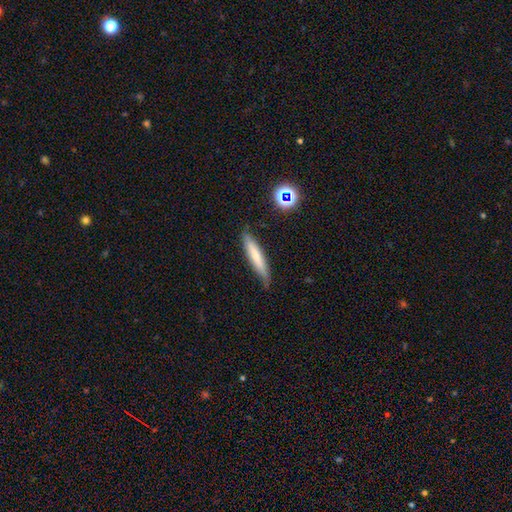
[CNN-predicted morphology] A smooth galaxy with no disk features (67%) that is cigar-shaped (90%).

Vote fractions:
- Smooth or featured? smooth: 67% / featured or disk: 26% / star or artifact: 8%
- How rounded? cigar-shaped: 90% / in between: 9% / round: 1%
- Merging? none: 75% / minor disturbance: 19% / major disturbance: 4% / merger: 2%